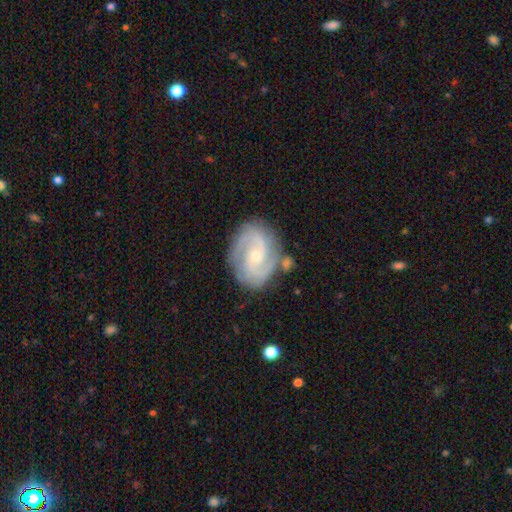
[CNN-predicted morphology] Smooth or featured: featured or disk — 88% (smooth — 7%)
Edge-on disk: no — 98% (yes — 2%)
Bar: no — 54% (weak — 37%)
Spiral arms: yes — 97% (no — 3%)
Spiral winding: medium — 48% (tight — 40%)
Spiral arm count: 2 — 72% (3 — 14%)
Bulge size: small — 71% (moderate — 26%)
Merging: none — 75% (minor disturbance — 16%)